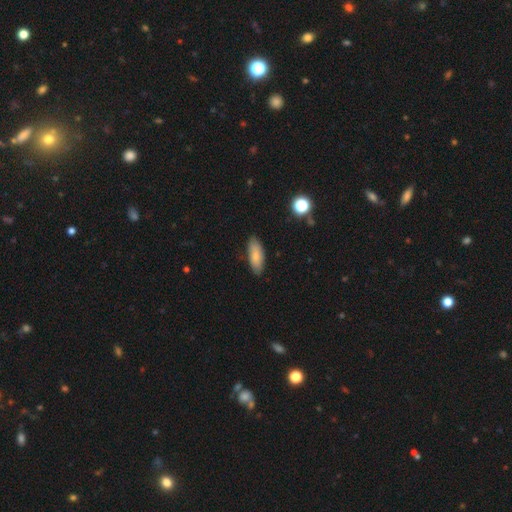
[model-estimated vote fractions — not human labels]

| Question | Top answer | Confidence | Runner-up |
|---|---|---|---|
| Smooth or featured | smooth | 79% | featured or disk (14%) |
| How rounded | in between | 73% | cigar-shaped (25%) |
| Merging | none | 85% | minor disturbance (12%) |